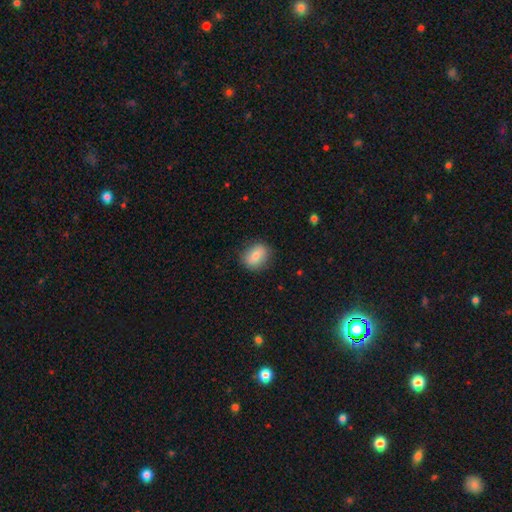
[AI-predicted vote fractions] Smooth or featured? Predicted: smooth (p=0.80). How rounded? Predicted: in between (p=0.56). Merging? Predicted: none (p=0.83).